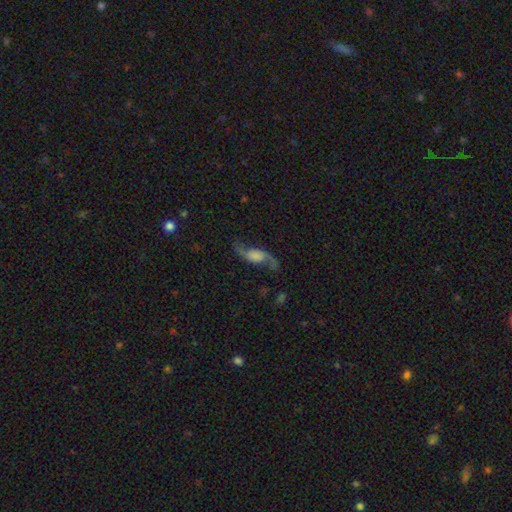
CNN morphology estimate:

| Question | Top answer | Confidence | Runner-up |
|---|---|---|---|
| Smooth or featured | featured or disk | 81% | smooth (11%) |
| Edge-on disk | no | 92% | yes (8%) |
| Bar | no | 56% | weak (33%) |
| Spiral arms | yes | 96% | no (4%) |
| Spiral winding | loose | 86% | medium (11%) |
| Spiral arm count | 2 | 94% | 1 (2%) |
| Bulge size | none | 33% | large (30%) |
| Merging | none | 75% | minor disturbance (14%) |